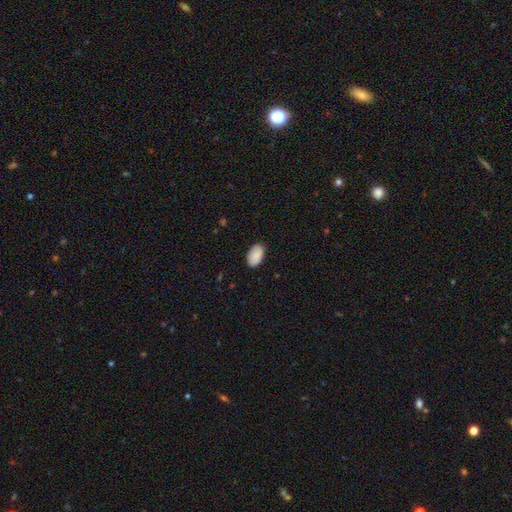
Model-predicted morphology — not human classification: A smooth galaxy with no disk features (90%) that is in between round and cigar-shaped (94%). Merging: none (86%).